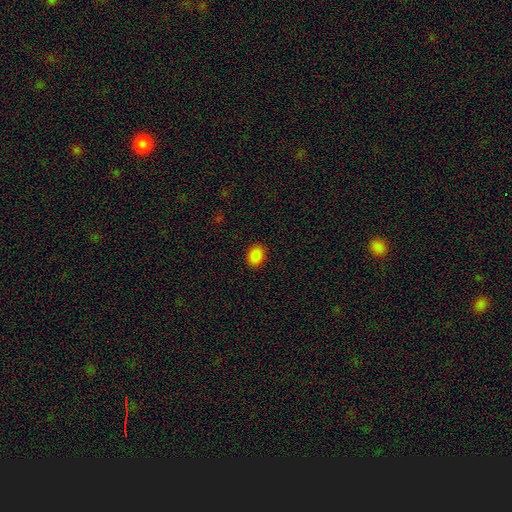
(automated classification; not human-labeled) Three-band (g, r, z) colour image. It shows a smooth galaxy with no disk features (87%) that is in between round and cigar-shaped (65%). Merging: none (90%).